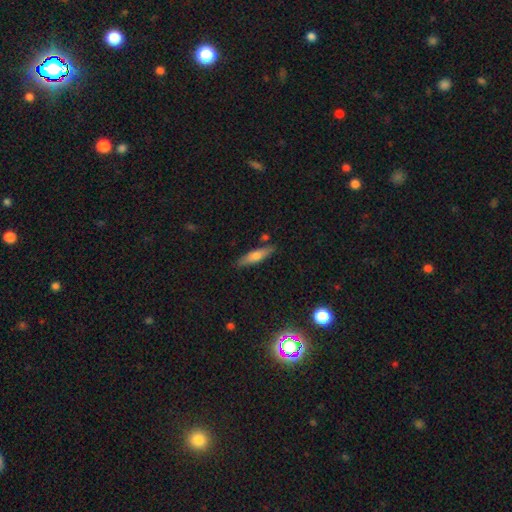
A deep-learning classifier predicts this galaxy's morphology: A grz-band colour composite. It shows a smooth galaxy with no disk features (61%) that is cigar-shaped (71%). Merging: none (83%).